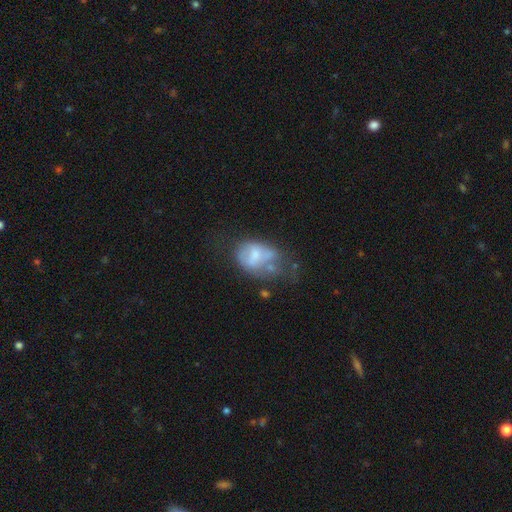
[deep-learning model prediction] Q: Smooth or featured?
A: smooth (46%); runner-up: featured or disk (44%)
Q: Merging?
A: major disturbance (30%); runner-up: minor disturbance (24%)